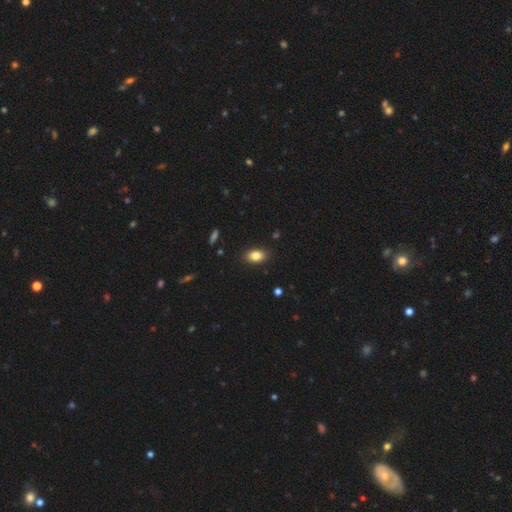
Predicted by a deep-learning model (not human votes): Smooth or featured? Predicted: smooth (p=0.84). How rounded? Predicted: in between (p=0.87). Merging? Predicted: none (p=0.88).